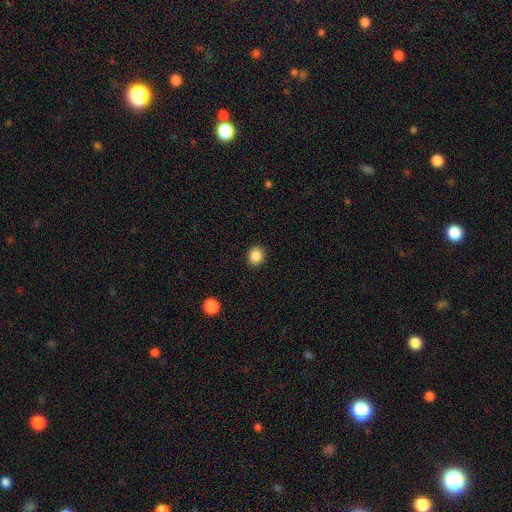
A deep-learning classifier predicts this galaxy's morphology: smooth 87%, star or artifact 10%, featured or disk 3%. Down the decision tree: how rounded — round (78%); merging — none (91%).